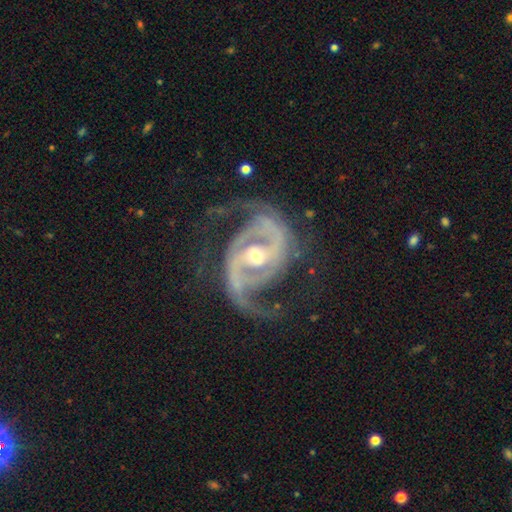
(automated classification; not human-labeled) smooth-or-featured: featured or disk: 93% | star or artifact: 4% | smooth: 3%
  disk-edge-on: no: 98% | yes: 2%
    bar: strong: 44% | weak: 36% | no: 20%
    has-spiral-arms: yes: 98% | no: 2%
      spiral-winding: medium: 56% | tight: 23% | loose: 21%
      spiral-arm-count: 2: 86% | 3: 6% | can't tell: 3% | 1: 2% | 4: 2% | more than 4: 2%
    bulge-size: moderate: 65% | small: 29% | large: 4% | none: 1% | dominant: 1%
  merging: none: 69% | minor disturbance: 17% | major disturbance: 13% | merger: 2%